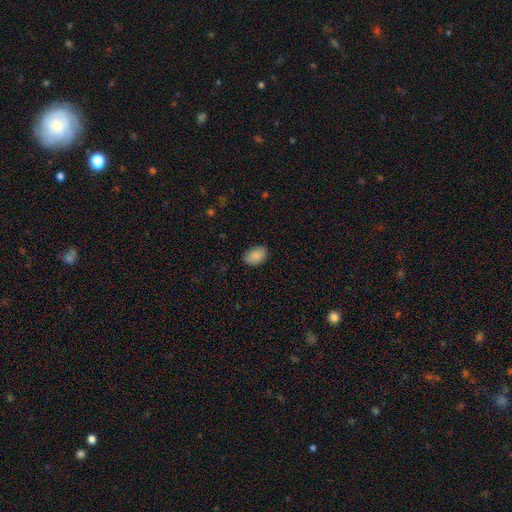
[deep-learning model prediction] Smooth or featured? smooth (88%)
How rounded? in between (86%)
Merging? none (82%)